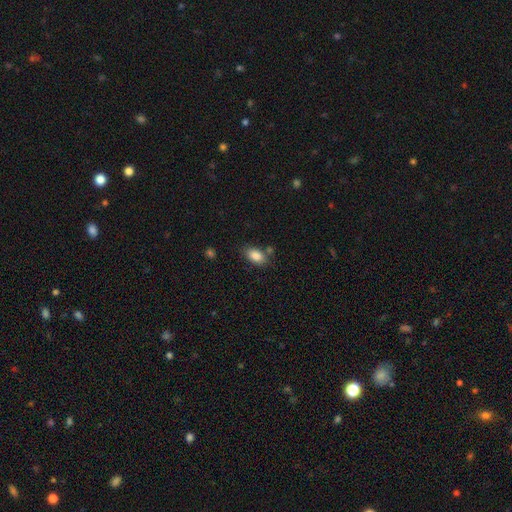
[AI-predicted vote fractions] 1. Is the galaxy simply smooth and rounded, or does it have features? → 86% smooth, 8% star or artifact, 6% featured or disk.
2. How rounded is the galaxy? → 90% in between, 8% round, 2% cigar-shaped.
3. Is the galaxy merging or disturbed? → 72% none, 15% minor disturbance, 8% merger, 4% major disturbance.